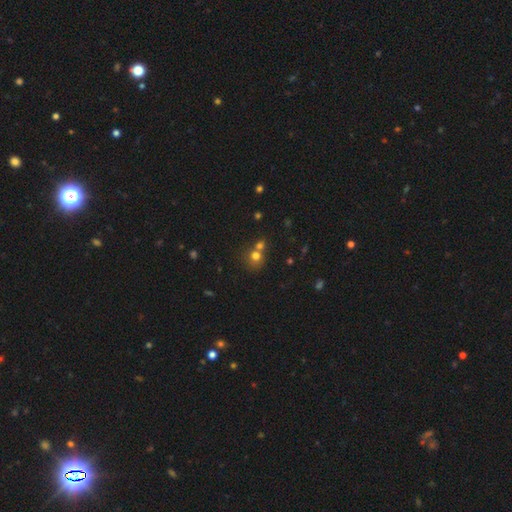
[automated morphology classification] A smooth galaxy with no disk features (70%) that is round (82%). Merging: merger (44%, tied with none).